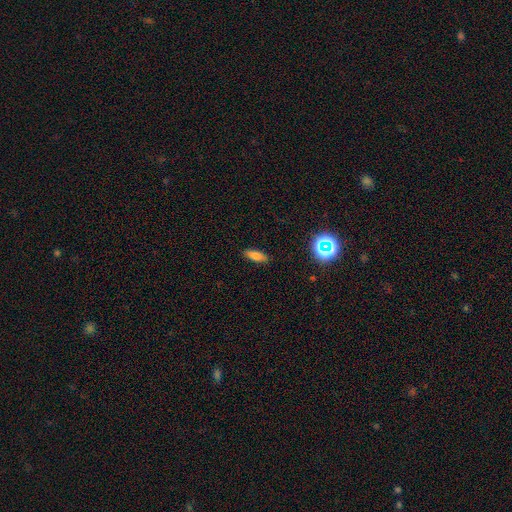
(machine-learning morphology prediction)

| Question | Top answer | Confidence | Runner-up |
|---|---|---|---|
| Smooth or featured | smooth | 76% | featured or disk (12%) |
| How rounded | in between | 67% | cigar-shaped (30%) |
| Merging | none | 87% | minor disturbance (9%) |